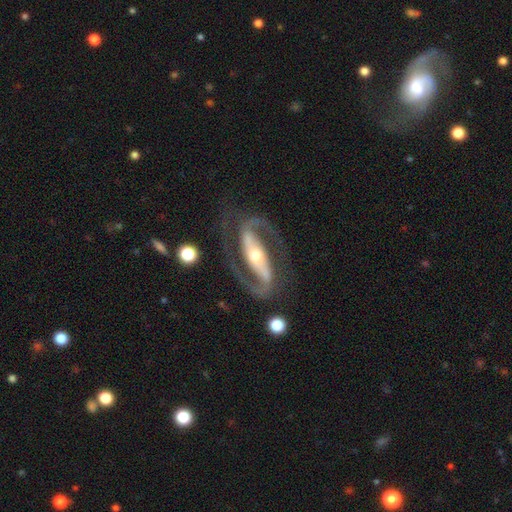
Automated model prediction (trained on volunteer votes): Morphology: type=featured or disk (93%); edge-on=no (96%); bar=strong (70%); spiral arms=yes (98%); winding=medium (59%); arm count=2 (94%); bulge=moderate (57%); merging=none (80%).